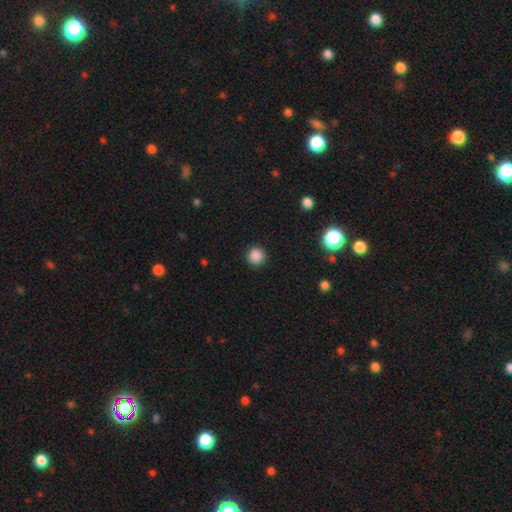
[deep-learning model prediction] The model was most divided on "smooth or featured": smooth: 87%, star or artifact: 11%, featured or disk: 3%. More confident: how rounded — round (95%); merging — none (92%).